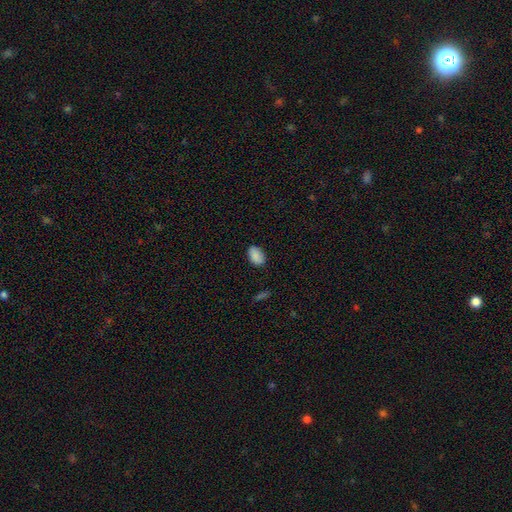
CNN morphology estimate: A smooth galaxy with no disk features (88%) that is in between round and cigar-shaped (90%).

Vote fractions:
- Smooth or featured? smooth: 88% / star or artifact: 8% / featured or disk: 4%
- How rounded? in between: 90% / round: 9% / cigar-shaped: 1%
- Merging? none: 83% / minor disturbance: 14% / major disturbance: 3% / merger: 1%